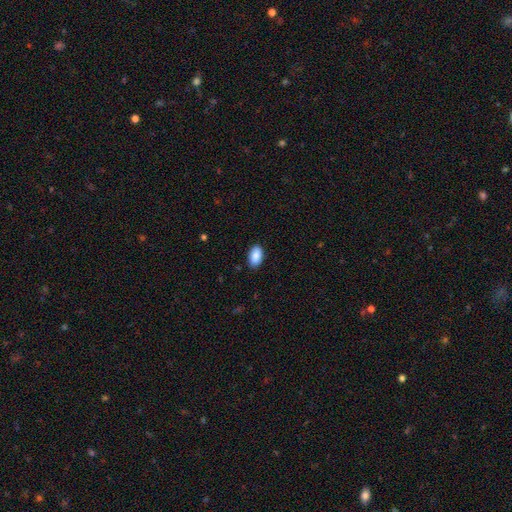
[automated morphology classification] Smooth or featured?
  - smooth: 89% *
  - star or artifact: 7%
  - featured or disk: 4%
How rounded?
  - in between: 94% *
  - round: 4%
  - cigar-shaped: 2%
Merging?
  - none: 88% *
  - minor disturbance: 9%
  - major disturbance: 2%
  - merger: 1%